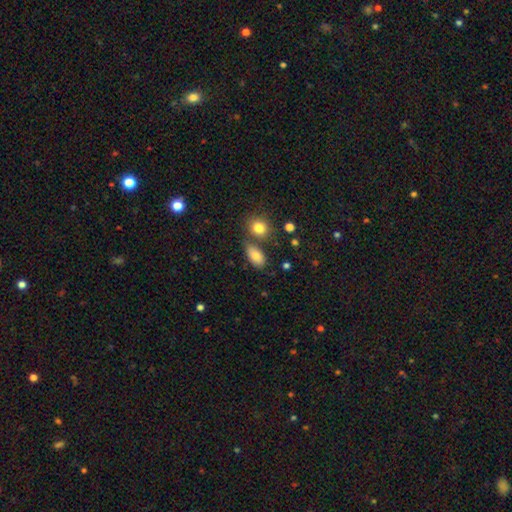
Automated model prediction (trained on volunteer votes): This is clearly a smooth galaxy (82%). How rounded: clearly in between (88%). Merging: likely none (64%).